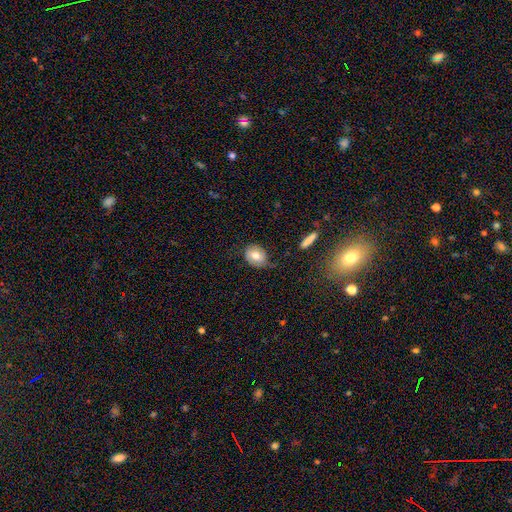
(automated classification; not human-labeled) A smooth galaxy with no disk features (61%) that is round (58%).

Vote fractions:
- Smooth or featured? smooth: 61% / featured or disk: 31% / star or artifact: 8%
- How rounded? round: 58% / in between: 41% / cigar-shaped: 1%
- Merging? none: 61% / minor disturbance: 27% / major disturbance: 10% / merger: 2%